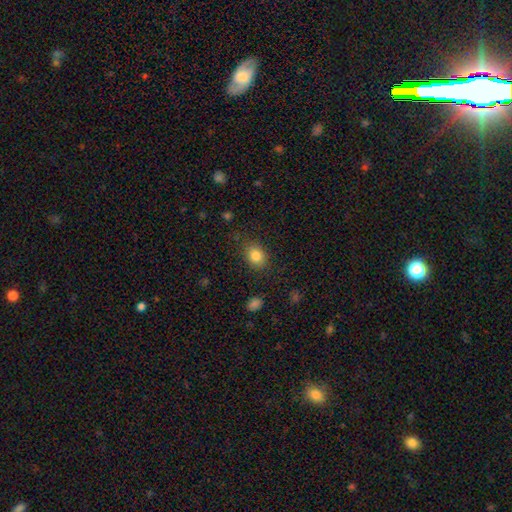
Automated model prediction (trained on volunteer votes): A smooth galaxy with no disk features (83%) that is in between round and cigar-shaped (57%).

Vote fractions:
- Smooth or featured? smooth: 83% / star or artifact: 10% / featured or disk: 7%
- How rounded? in between: 57% / round: 42% / cigar-shaped: 1%
- Merging? none: 82% / minor disturbance: 13% / major disturbance: 4% / merger: 1%